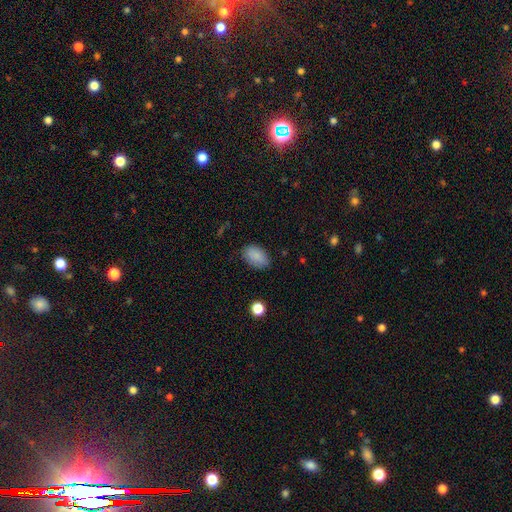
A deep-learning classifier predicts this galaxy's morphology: Smooth or featured?
  - smooth: 87% *
  - star or artifact: 8%
  - featured or disk: 5%
How rounded?
  - in between: 89% *
  - round: 9%
  - cigar-shaped: 1%
Merging?
  - none: 78% *
  - minor disturbance: 17%
  - major disturbance: 4%
  - merger: 1%